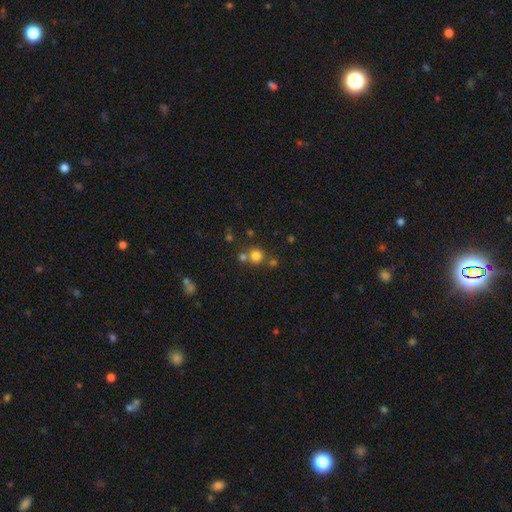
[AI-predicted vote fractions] A smooth galaxy with no disk features (76%) that is round (90%). Merging: none (64%).